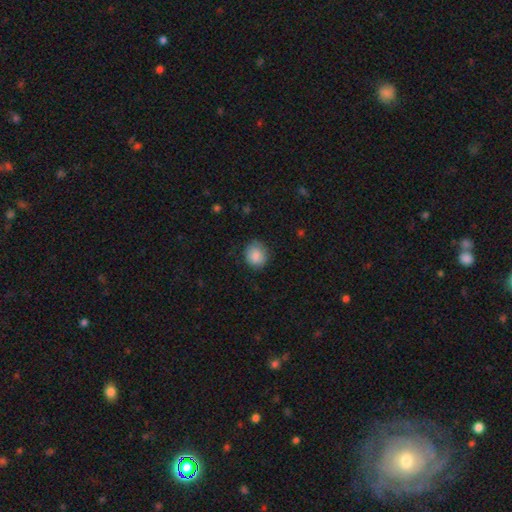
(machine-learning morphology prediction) The model was most divided on "how rounded": round: 79%, in between: 20%, cigar-shaped: 1%. More confident: smooth or featured — smooth (87%); merging — none (79%).